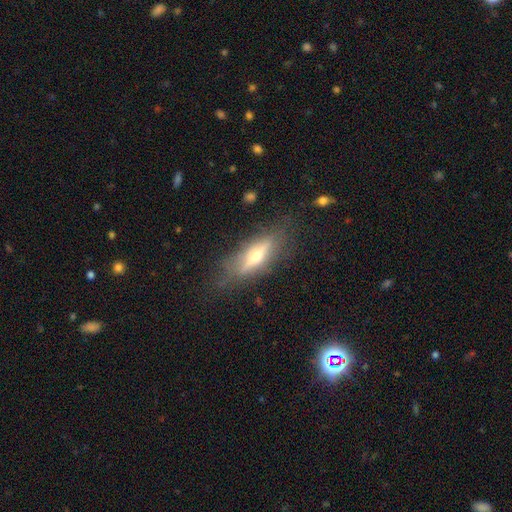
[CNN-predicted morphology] This is likely a featured or disk galaxy (63%). It is clearly viewed edge-on (86%). Edge-on bulge: clearly rounded (91%). Merging: likely none (75%).